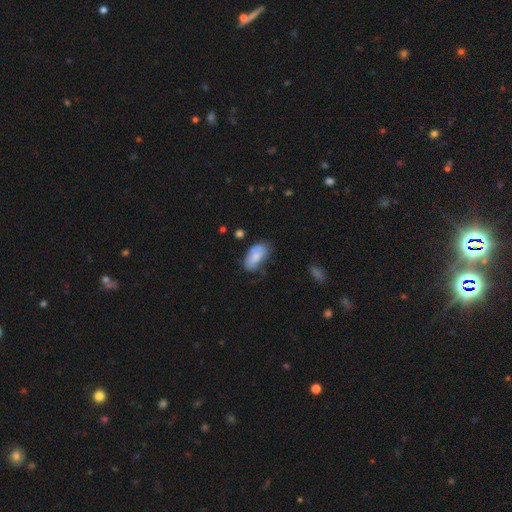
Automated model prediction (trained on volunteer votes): Smooth or featured: smooth — 70% (featured or disk — 23%)
How rounded: in between — 93% (cigar-shaped — 3%)
Merging: none — 53% (minor disturbance — 32%)